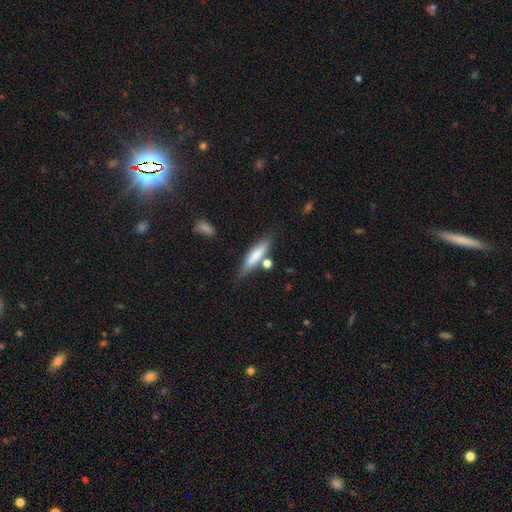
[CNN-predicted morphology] This is likely a smooth galaxy (74%). How rounded: likely cigar-shaped (76%). Merging: likely none (65%).